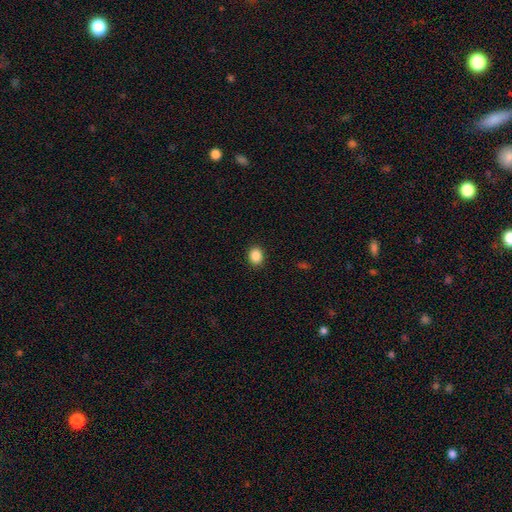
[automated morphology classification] smooth-or-featured: smooth: 88% | star or artifact: 9% | featured or disk: 3%
  how-rounded: round: 51% | in between: 48% | cigar-shaped: 1%
  merging: none: 90% | minor disturbance: 7% | major disturbance: 2% | merger: 1%